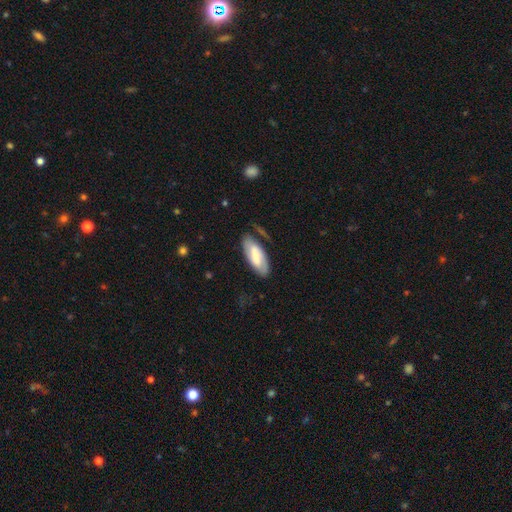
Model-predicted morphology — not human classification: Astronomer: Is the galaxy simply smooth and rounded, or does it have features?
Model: smooth — 54% (runner-up: featured or disk, 40%).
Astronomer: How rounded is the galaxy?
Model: in between — 80%.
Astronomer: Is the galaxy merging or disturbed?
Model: none — 71%.